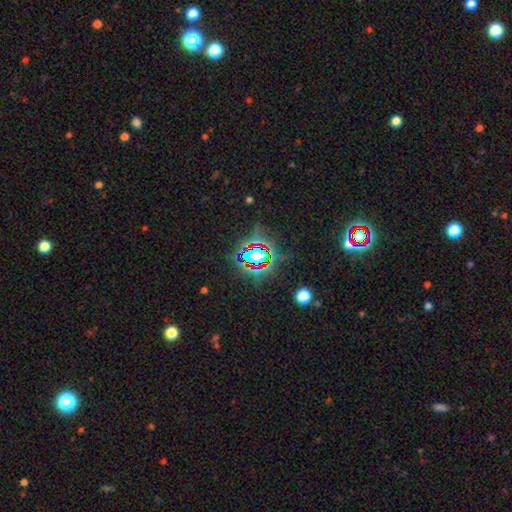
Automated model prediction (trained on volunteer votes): This is likely a star or artifact rather than a galaxy (71%).